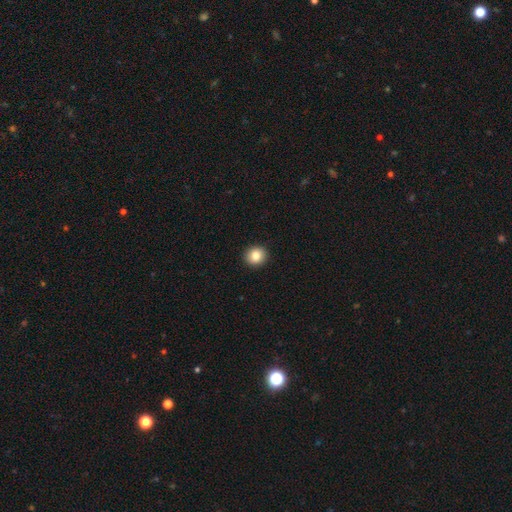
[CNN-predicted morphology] Smooth or featured? Predicted: smooth (p=0.84). How rounded? Predicted: round (p=0.86). Merging? Predicted: none (p=0.93).